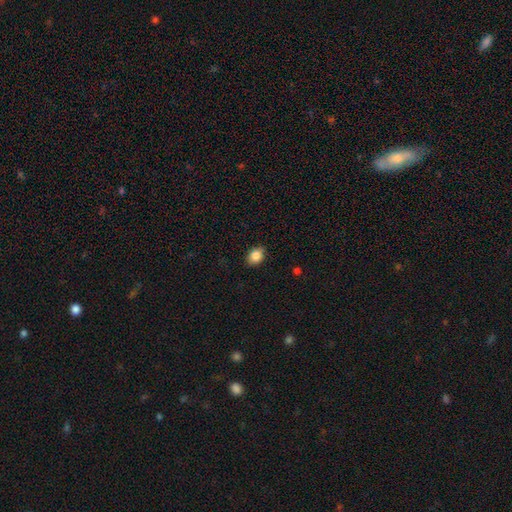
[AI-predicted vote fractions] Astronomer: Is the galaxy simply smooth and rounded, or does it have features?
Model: smooth — 85%.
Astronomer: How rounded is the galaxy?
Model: in between — 66%.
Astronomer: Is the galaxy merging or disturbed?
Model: none — 87%.